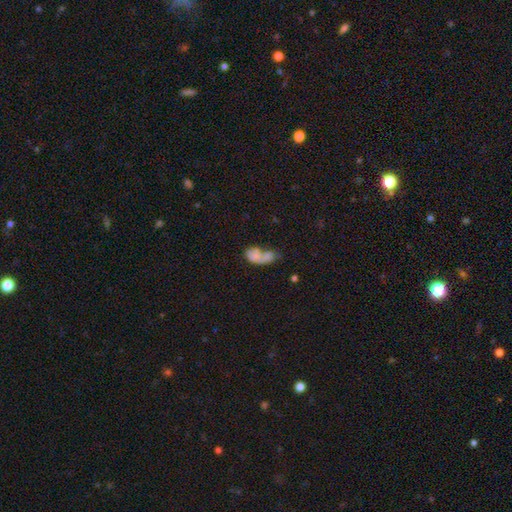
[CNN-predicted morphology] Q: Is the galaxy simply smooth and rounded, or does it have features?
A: smooth — 60%.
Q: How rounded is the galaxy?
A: in between — 86%.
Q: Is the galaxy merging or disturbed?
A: merger — 45%.